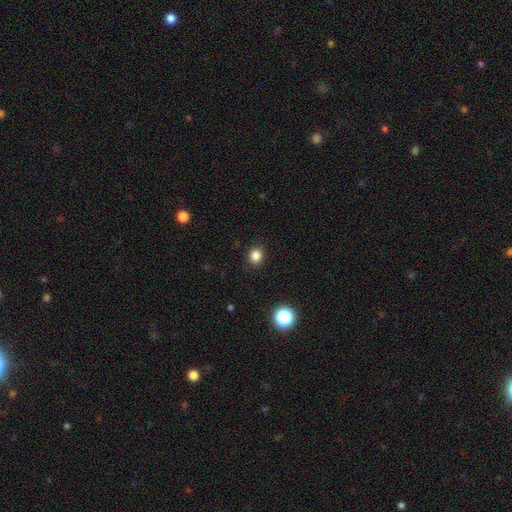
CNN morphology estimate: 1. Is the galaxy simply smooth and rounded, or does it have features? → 84% smooth, 13% star or artifact, 4% featured or disk.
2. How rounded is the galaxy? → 79% round, 20% in between, 1% cigar-shaped.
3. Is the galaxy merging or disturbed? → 90% none, 7% minor disturbance, 2% major disturbance, 1% merger.